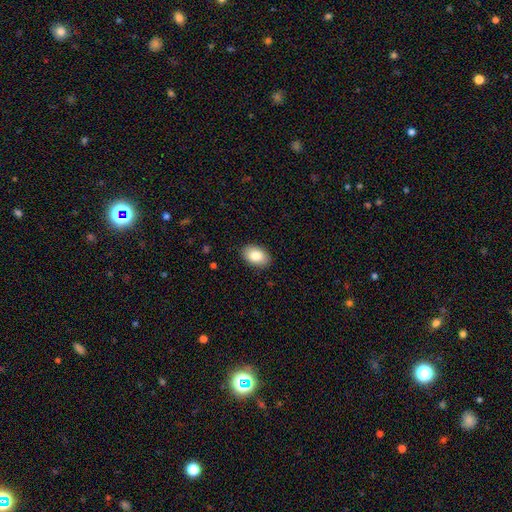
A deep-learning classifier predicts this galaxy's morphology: This is clearly a smooth galaxy (85%). How rounded: clearly in between (89%). Merging: clearly none (88%).